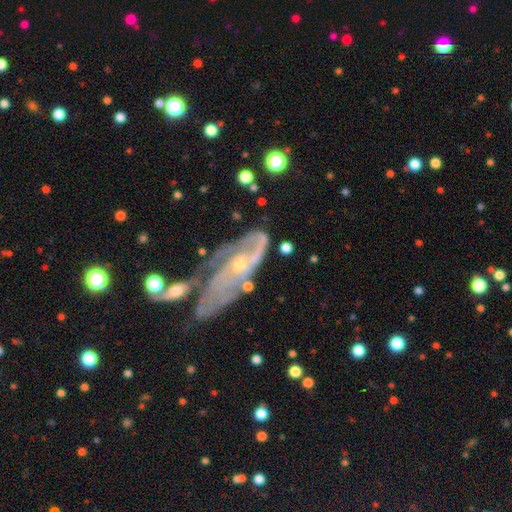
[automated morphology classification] featured or disk 84%, smooth 9%, star or artifact 6%. Down the decision tree: edge-on disk — no (93%); bar — no (68%); spiral arms — yes (91%); spiral arm count — 2 (44%); spiral winding — medium (40%); bulge size — small (72%); merging — none (31%).